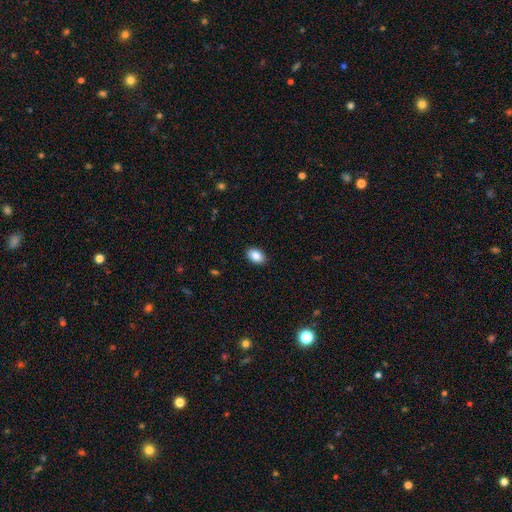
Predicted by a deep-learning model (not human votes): Smooth or featured? smooth (87%)
How rounded? in between (87%)
Merging? none (90%)